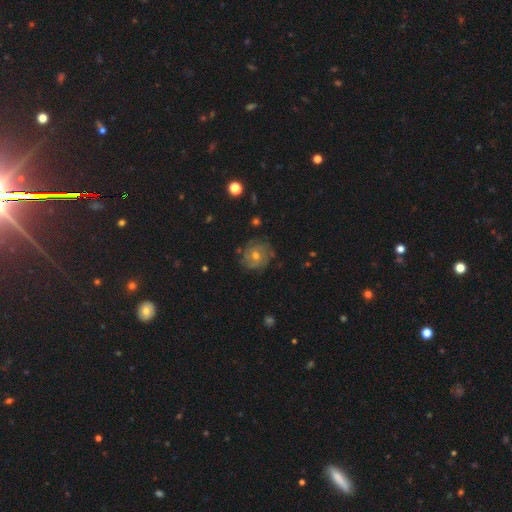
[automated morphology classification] smooth-or-featured: featured or disk: 65% | smooth: 22% | star or artifact: 13%
  disk-edge-on: no: 97% | yes: 3%
    bar: no: 79% | weak: 17% | strong: 3%
    has-spiral-arms: yes: 83% | no: 17%
      spiral-winding: tight: 67% | medium: 25% | loose: 8%
      spiral-arm-count: can't tell: 47% | 3: 17% | 2: 15% | 4: 9% | more than 4: 6% | 1: 6%
    bulge-size: moderate: 58% | small: 38% | large: 2% | none: 1% | dominant: 1%
  merging: none: 79% | minor disturbance: 14% | major disturbance: 5% | merger: 1%